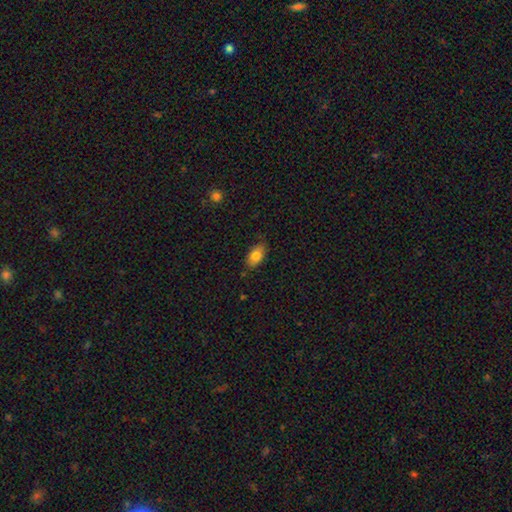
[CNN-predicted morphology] Smooth or featured? Predicted: smooth (p=0.80). How rounded? Predicted: in between (p=0.92). Merging? Predicted: none (p=0.80).